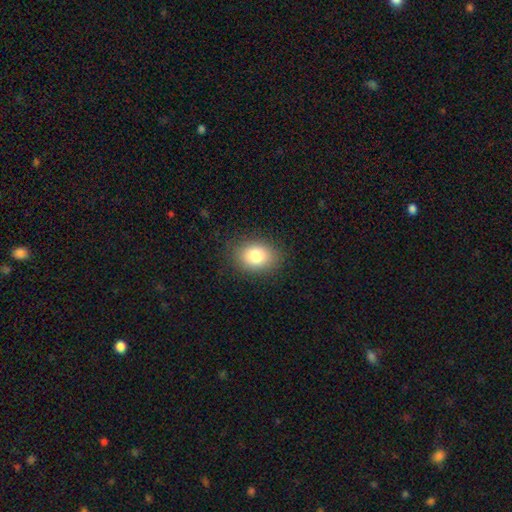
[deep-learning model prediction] Q: Smooth or featured?
A: smooth (82%); runner-up: star or artifact (10%)
Q: How rounded?
A: in between (65%); runner-up: round (34%)
Q: Merging?
A: none (86%); runner-up: minor disturbance (10%)